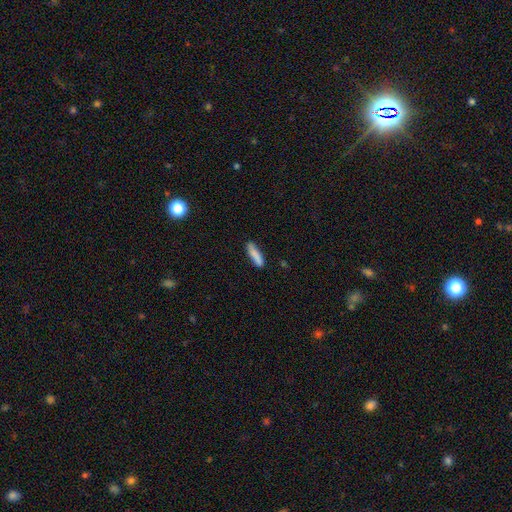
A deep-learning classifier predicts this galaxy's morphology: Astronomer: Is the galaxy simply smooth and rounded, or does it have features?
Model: smooth — 84%.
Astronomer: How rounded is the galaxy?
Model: cigar-shaped — 74%.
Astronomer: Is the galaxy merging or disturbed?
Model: none — 81%.